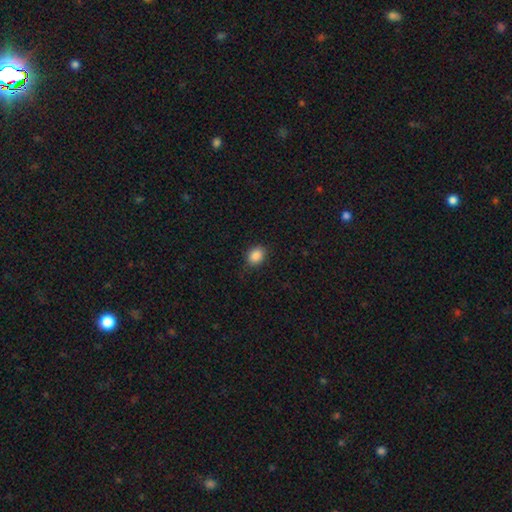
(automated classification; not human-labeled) smooth_or_featured: smooth (p=0.87) [alt: star or artifact p=0.09]
how_rounded: in between (p=0.63) [alt: round p=0.36]
merging: none (p=0.84) [alt: minor disturbance p=0.13]